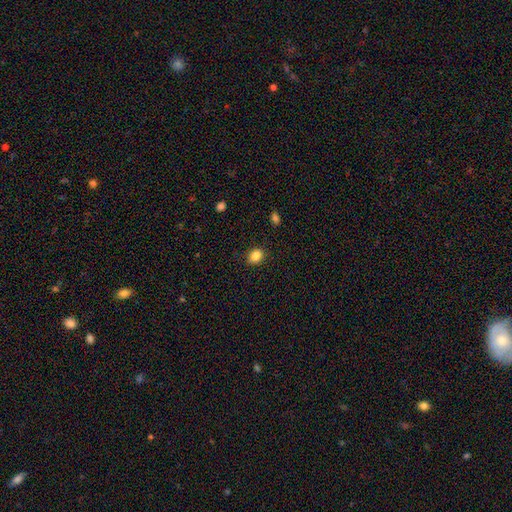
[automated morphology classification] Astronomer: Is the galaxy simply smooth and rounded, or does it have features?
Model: smooth — 85%.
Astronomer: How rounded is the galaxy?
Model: in between — 55% (runner-up: round, 44%).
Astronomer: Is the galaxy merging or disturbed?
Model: none — 87%.